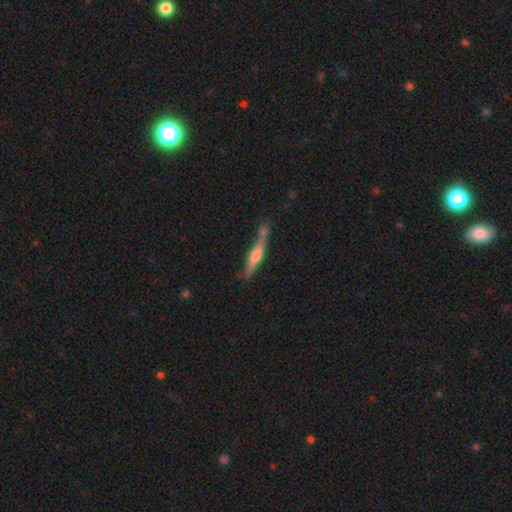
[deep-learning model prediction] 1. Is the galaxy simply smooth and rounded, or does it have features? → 47% featured or disk, 46% smooth, 6% star or artifact.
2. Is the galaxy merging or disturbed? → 54% none, 20% minor disturbance, 19% merger, 7% major disturbance.